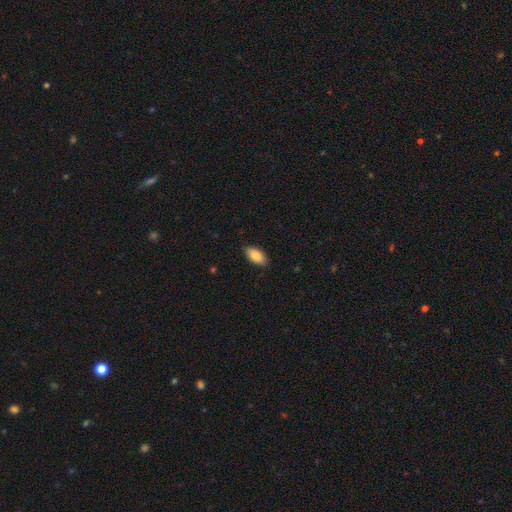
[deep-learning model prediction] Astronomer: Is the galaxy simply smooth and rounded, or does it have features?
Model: smooth — 84%.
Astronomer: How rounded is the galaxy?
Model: in between — 91%.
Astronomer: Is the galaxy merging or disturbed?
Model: none — 85%.